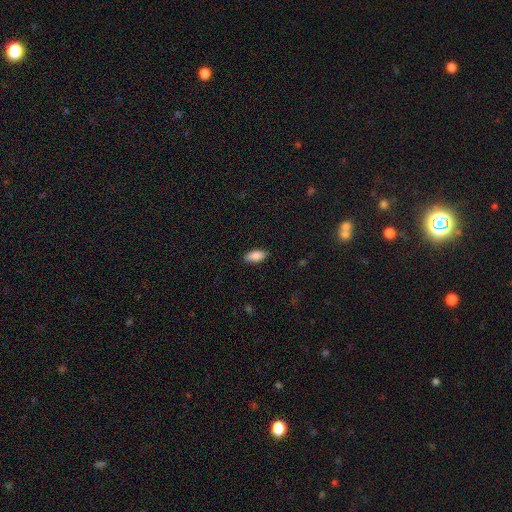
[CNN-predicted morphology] The model was most divided on "merging": none: 87%, minor disturbance: 9%, major disturbance: 2%, merger: 1%. More confident: how rounded — in between (88%); smooth or featured — smooth (88%).